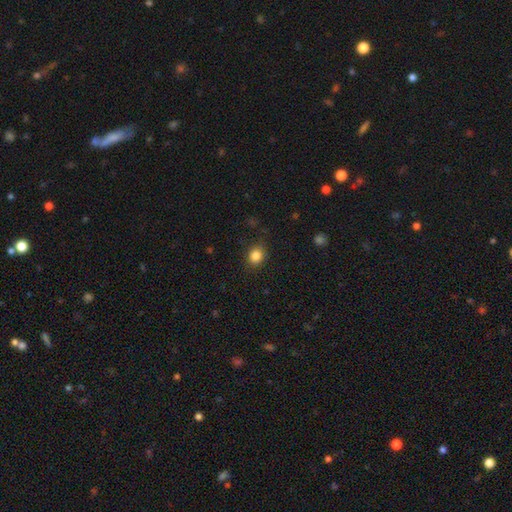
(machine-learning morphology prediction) smooth-or-featured: smooth: 84% | star or artifact: 11% | featured or disk: 5%
  how-rounded: round: 69% | in between: 31% | cigar-shaped: 1%
  merging: none: 84% | minor disturbance: 12% | major disturbance: 3% | merger: 1%